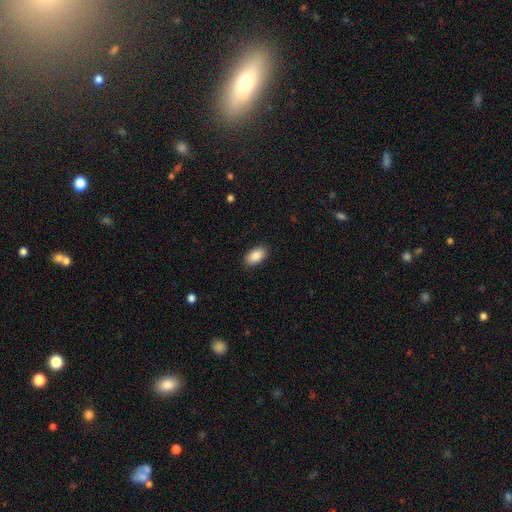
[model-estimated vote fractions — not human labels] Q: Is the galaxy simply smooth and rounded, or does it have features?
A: smooth — 89%.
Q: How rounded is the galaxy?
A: in between — 94%.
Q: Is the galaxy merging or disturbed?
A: none — 88%.